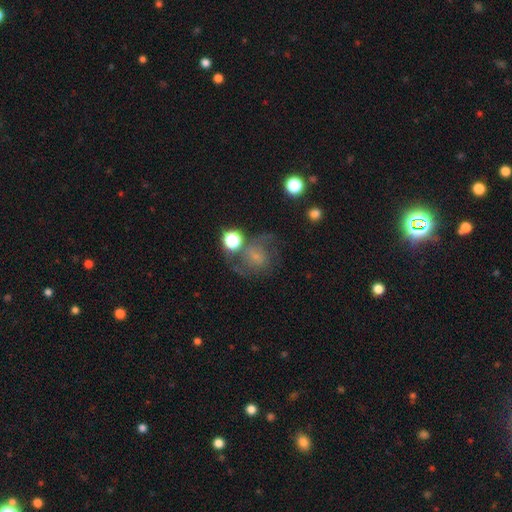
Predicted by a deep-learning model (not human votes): Q: Smooth or featured?
A: featured or disk (53%); runner-up: smooth (32%)
Q: Edge-on disk?
A: no (97%); runner-up: yes (3%)
Q: Bar?
A: no (60%); runner-up: weak (33%)
Q: Spiral arms?
A: yes (81%); runner-up: no (19%)
Q: Bulge size?
A: small (52%); runner-up: none (21%)
Q: Merging?
A: none (49%); runner-up: major disturbance (23%)